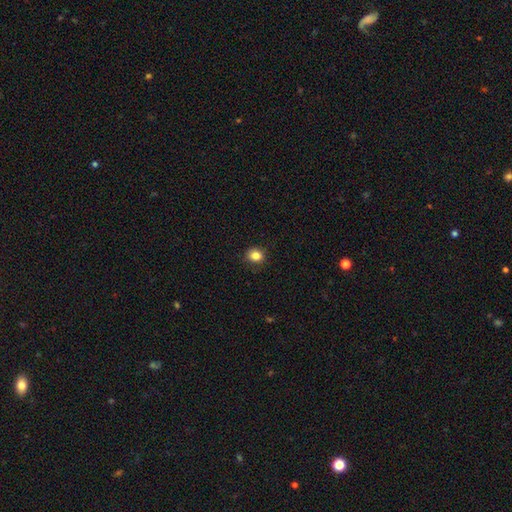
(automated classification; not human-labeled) Smooth or featured? smooth (84%)
How rounded? round (77%)
Merging? none (88%)